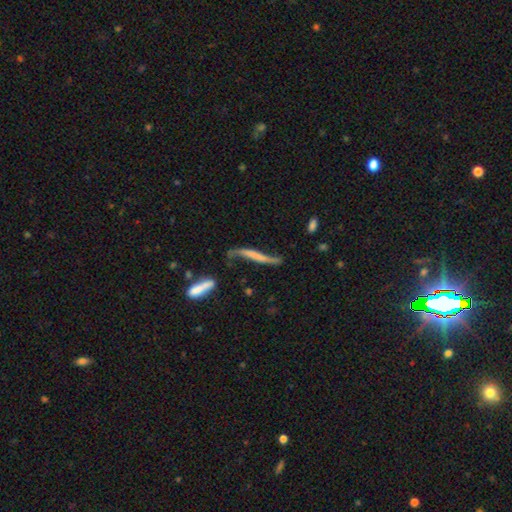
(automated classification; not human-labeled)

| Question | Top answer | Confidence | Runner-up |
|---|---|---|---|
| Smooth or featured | featured or disk | 63% | smooth (29%) |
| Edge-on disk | no | 53% | yes (47%) |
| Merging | none | 48% | minor disturbance (25%) |